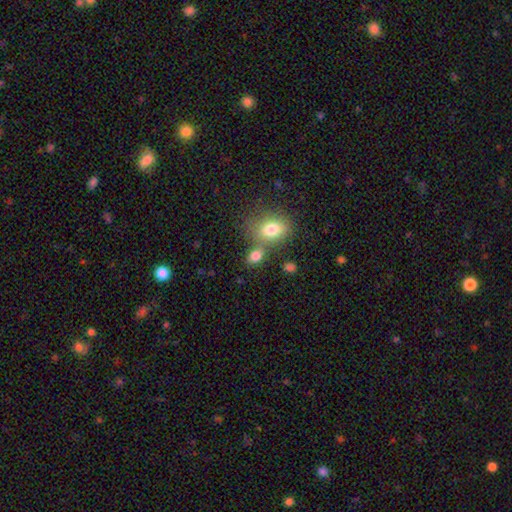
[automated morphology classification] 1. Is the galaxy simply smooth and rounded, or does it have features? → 81% smooth, 11% star or artifact, 8% featured or disk.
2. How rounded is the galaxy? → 70% in between, 28% round, 2% cigar-shaped.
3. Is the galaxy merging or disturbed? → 52% none, 31% merger, 12% minor disturbance, 5% major disturbance.